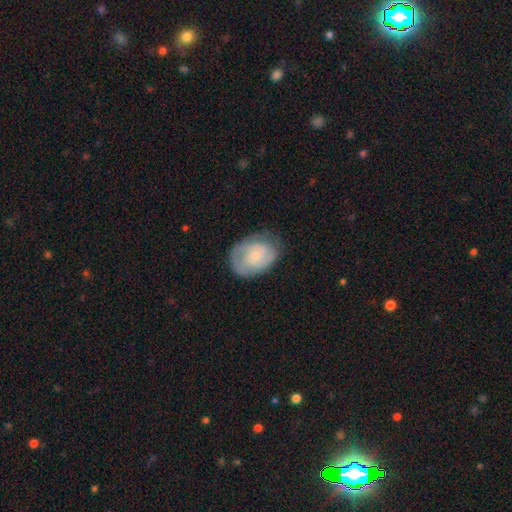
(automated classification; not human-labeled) A featured or disk galaxy (58%) with no bar (76%), spiral arms (84%) and a small central bulge (75%).

Vote fractions:
- Smooth or featured? featured or disk: 58% / smooth: 35% / star or artifact: 7%
- Edge-on disk? no: 97% / yes: 3%
- Bar? no: 76% / weak: 21% / strong: 3%
- Spiral arms? yes: 84% / no: 16%
- Bulge size? small: 75% / moderate: 18% / none: 4% / large: 2% / dominant: 1%
- Merging? none: 69% / minor disturbance: 22% / major disturbance: 8% / merger: 1%